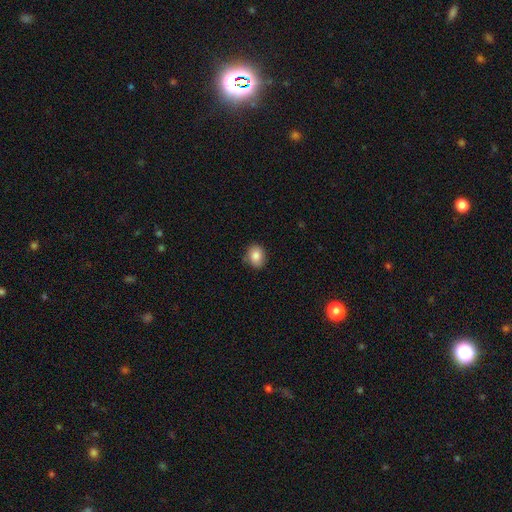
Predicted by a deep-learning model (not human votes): This is clearly a smooth galaxy (85%). How rounded: possibly round (53%). Merging: clearly none (82%).